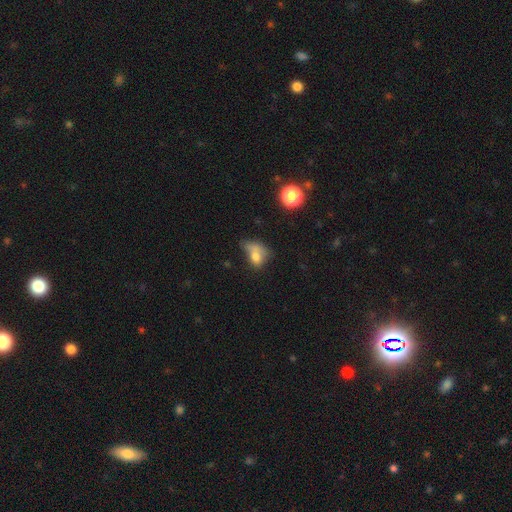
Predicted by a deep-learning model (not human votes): smooth_or_featured: smooth (p=0.69) [alt: featured or disk p=0.18]
how_rounded: in between (p=0.65) [alt: round p=0.32]
merging: major disturbance (p=0.30) [alt: minor disturbance p=0.24]